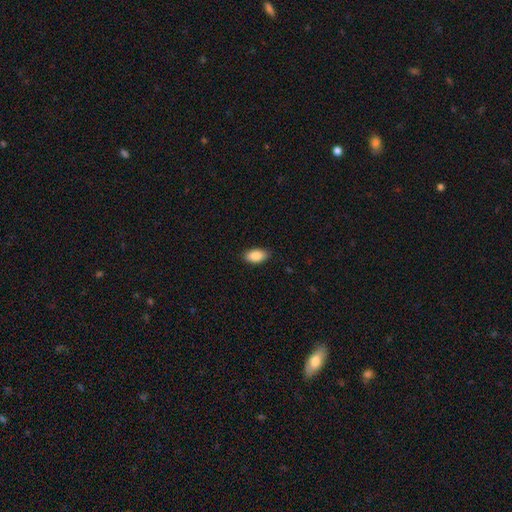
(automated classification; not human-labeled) This appears to be a smooth galaxy with no disk features (89%) that is in between round and cigar-shaped (94%). Merging: none (87%).